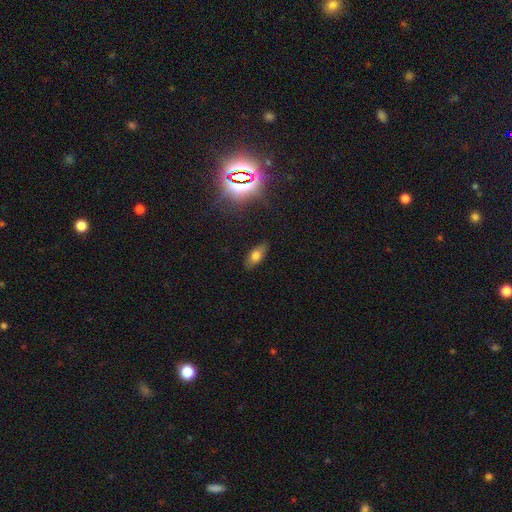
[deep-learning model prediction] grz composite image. It shows a smooth galaxy with no disk features (69%) that is in between round and cigar-shaped (86%). Merging: none (84%).